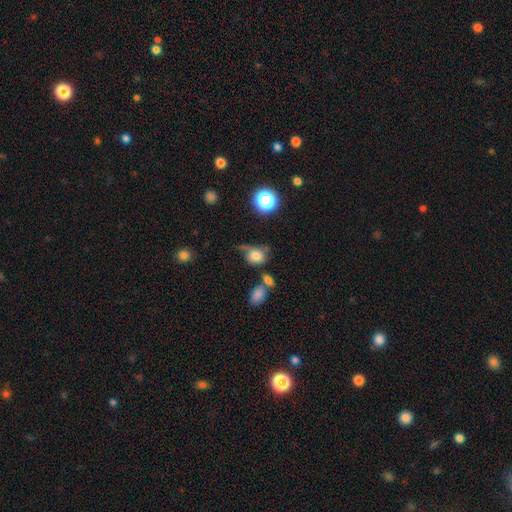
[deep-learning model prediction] Smooth or featured? smooth (72%)
How rounded? round (57%)
Merging? none (37%)